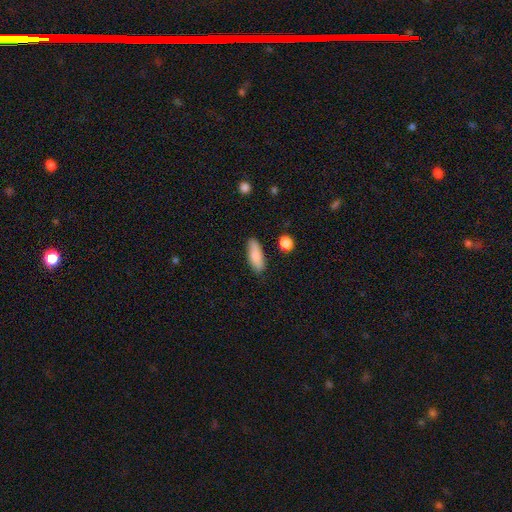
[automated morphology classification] A smooth galaxy with no disk features (85%) that is in between round and cigar-shaped (67%). Merging: none (82%).